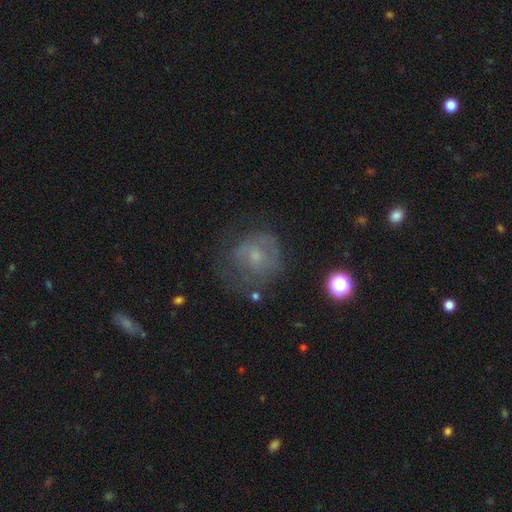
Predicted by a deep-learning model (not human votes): Smooth or featured?
  - featured or disk: 49% *
  - smooth: 37%
  - star or artifact: 14%
Merging?
  - none: 54% *
  - minor disturbance: 23%
  - major disturbance: 21%
  - merger: 3%